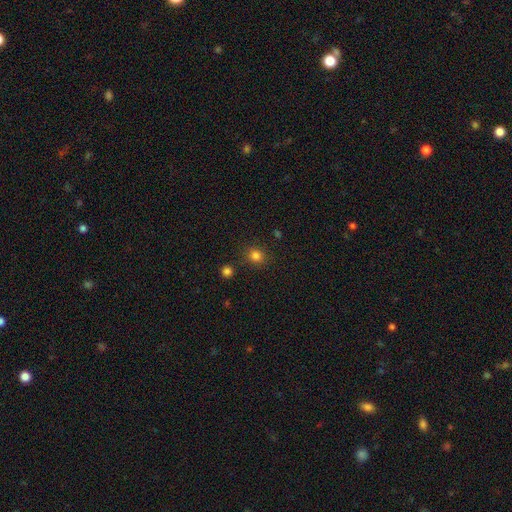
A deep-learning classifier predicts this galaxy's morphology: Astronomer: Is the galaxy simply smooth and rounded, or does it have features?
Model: smooth — 82%.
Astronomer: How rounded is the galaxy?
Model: round — 81%.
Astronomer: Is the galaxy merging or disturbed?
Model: none — 85%.